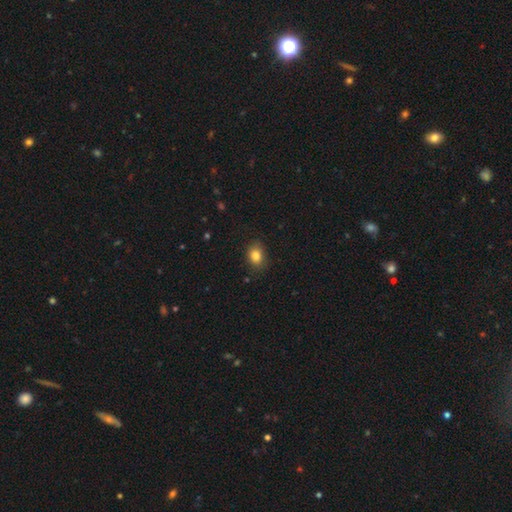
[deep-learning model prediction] This appears to be a smooth galaxy with no disk features (84%) that is in between round and cigar-shaped (66%). Merging: none (84%).